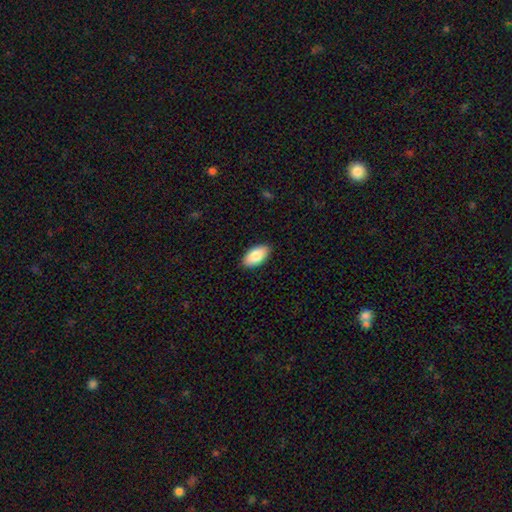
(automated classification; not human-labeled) A smooth galaxy with no disk features (86%) that is in between round and cigar-shaped (95%). Merging: none (88%).